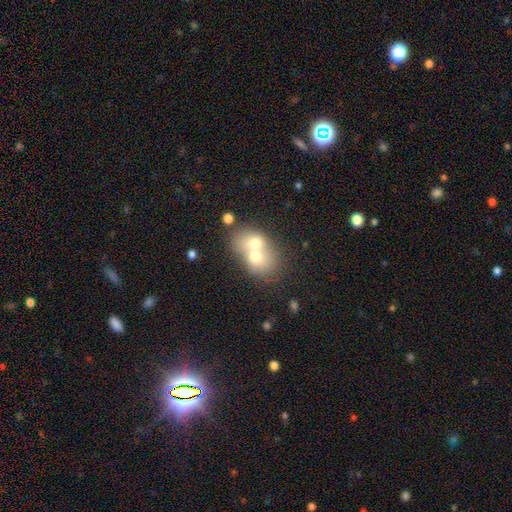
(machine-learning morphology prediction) smooth_or_featured: smooth (p=0.62) [alt: featured or disk p=0.28]
how_rounded: in between (p=0.54) [alt: round p=0.45]
merging: merger (p=0.75) [alt: none p=0.17]